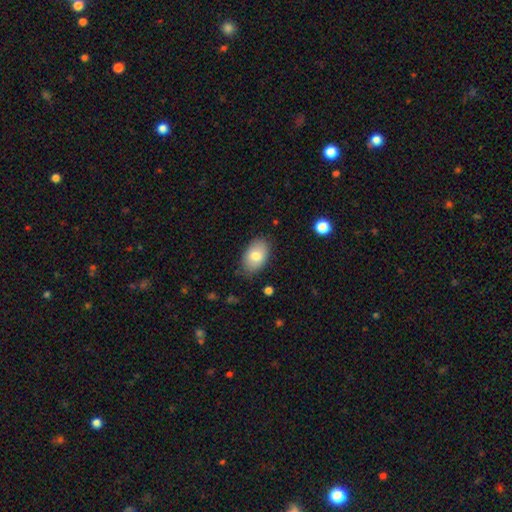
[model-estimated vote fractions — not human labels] Smooth or featured: smooth — 79% (featured or disk — 14%)
How rounded: in between — 89% (round — 9%)
Merging: none — 80% (minor disturbance — 15%)